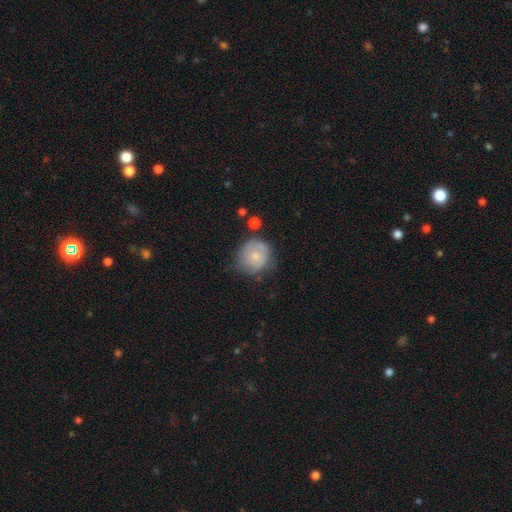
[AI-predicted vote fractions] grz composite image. It shows a smooth galaxy with no disk features (63%) that is round (84%). Merging: none (52%).